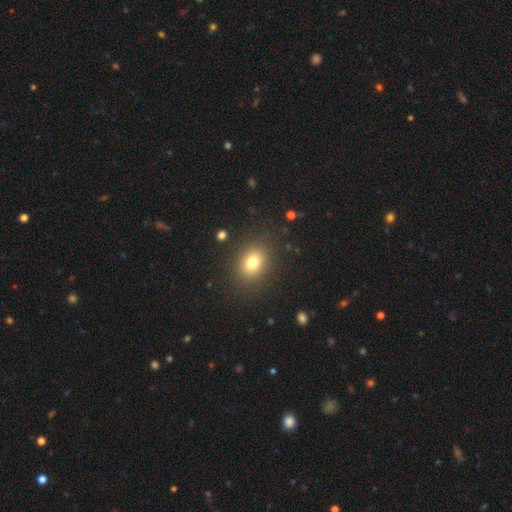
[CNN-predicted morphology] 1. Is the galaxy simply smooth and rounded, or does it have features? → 69% smooth, 25% star or artifact, 6% featured or disk.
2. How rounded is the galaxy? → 61% round, 38% in between, 1% cigar-shaped.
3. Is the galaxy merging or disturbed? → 90% none, 6% minor disturbance, 2% major disturbance, 1% merger.